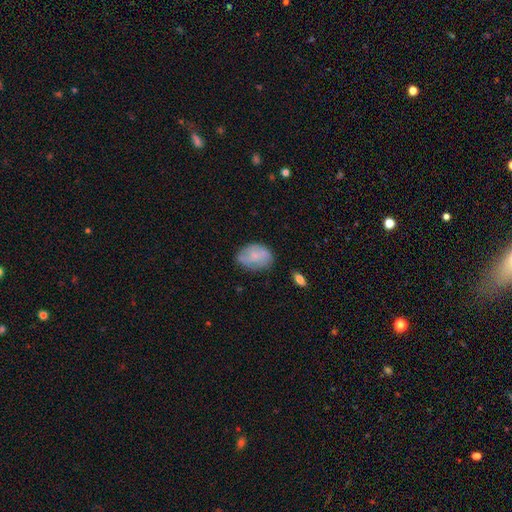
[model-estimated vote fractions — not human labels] This appears to be a smooth galaxy with no disk features (64%) that is in between round and cigar-shaped (72%). Merging: none (63%).